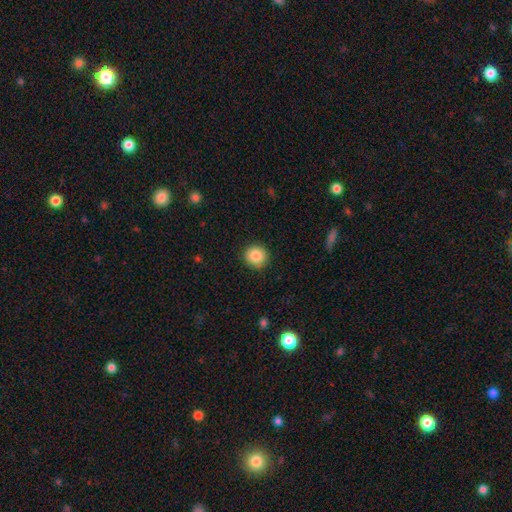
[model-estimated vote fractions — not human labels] smooth 86%, star or artifact 9%, featured or disk 5%. Down the decision tree: how rounded — round (93%); merging — none (91%).